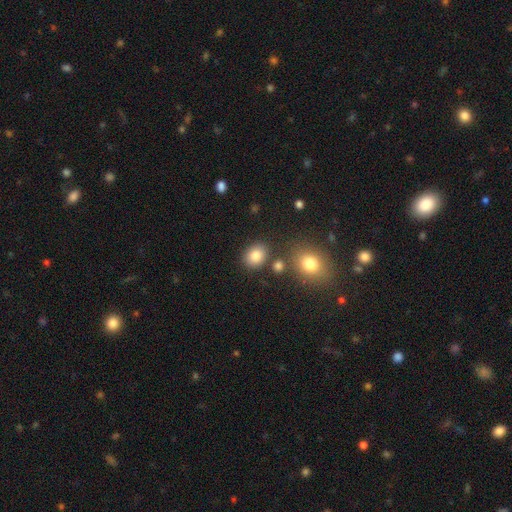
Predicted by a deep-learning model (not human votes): Overall: smooth (83%). How rounded: in between (50%; round 49%). Merging: none (79%).